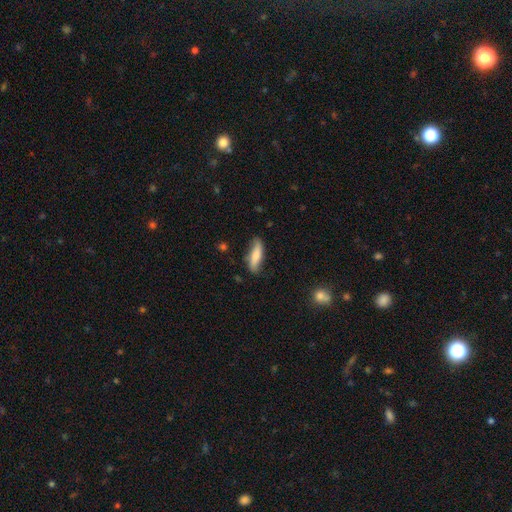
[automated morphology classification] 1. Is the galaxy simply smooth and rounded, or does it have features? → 73% smooth, 21% featured or disk, 6% star or artifact.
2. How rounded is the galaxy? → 57% cigar-shaped, 41% in between, 2% round.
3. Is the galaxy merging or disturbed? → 75% none, 19% minor disturbance, 4% major disturbance, 2% merger.